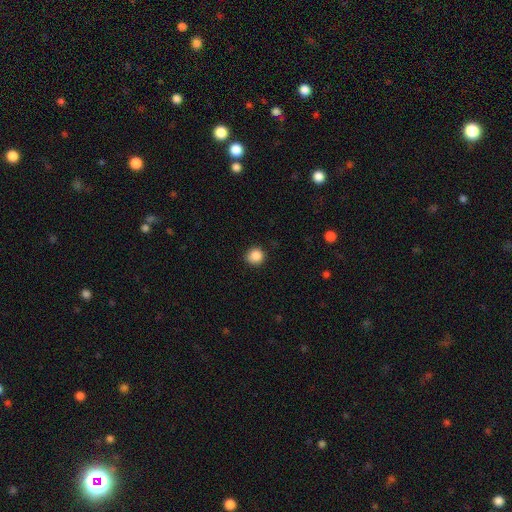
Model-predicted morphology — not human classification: smooth-or-featured: smooth: 87% | star or artifact: 10% | featured or disk: 3%
  how-rounded: round: 90% | in between: 9% | cigar-shaped: 1%
  merging: none: 86% | minor disturbance: 11% | major disturbance: 2% | merger: 1%